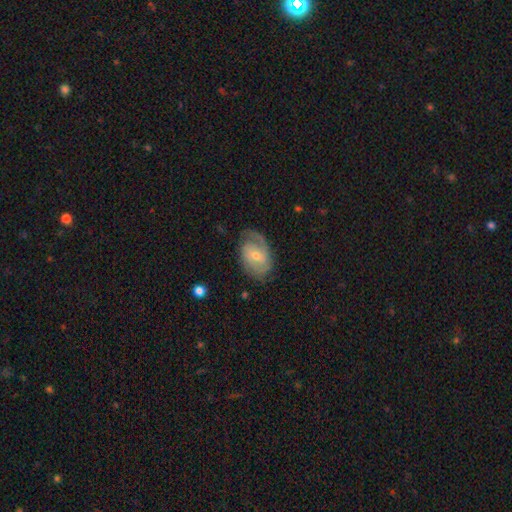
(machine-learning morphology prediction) This is likely a featured or disk galaxy (76%). It is clearly not viewed edge-on (96%). Bar: possibly weak (47%). Spiral arm pattern: clearly yes (91%). Spiral arm count: likely 2 (64%). Spiral winding: marginally medium (43%). Central bulge: possibly small (55%). Merging: likely none (70%).